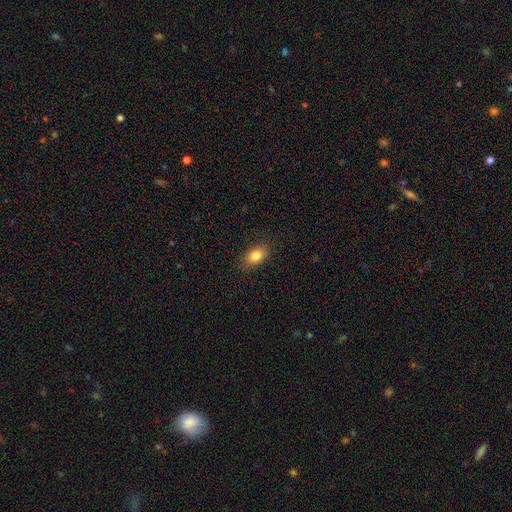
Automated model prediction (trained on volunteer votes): smooth 82%, star or artifact 9%, featured or disk 9%. Down the decision tree: how rounded — in between (82%); merging — none (85%).